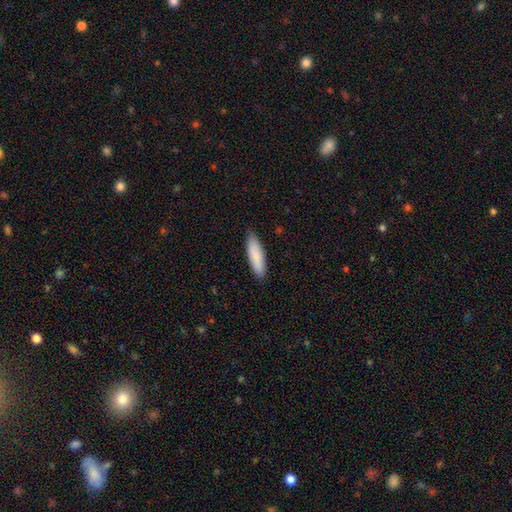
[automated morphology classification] Smooth or featured? smooth (87%)
How rounded? cigar-shaped (60%)
Merging? none (87%)